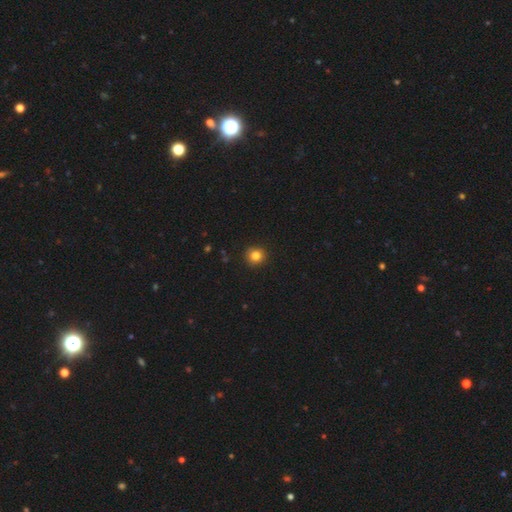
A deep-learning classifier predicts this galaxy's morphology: smooth 83%, star or artifact 12%, featured or disk 5%. Down the decision tree: how rounded — round (93%); merging — none (92%).